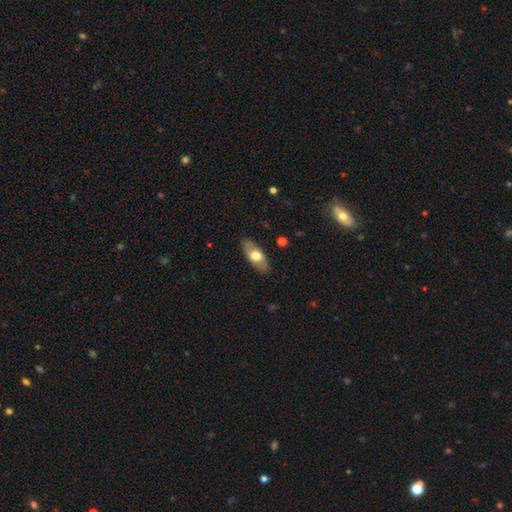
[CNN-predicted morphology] The model was most divided on "smooth or featured": smooth: 65%, featured or disk: 30%, star or artifact: 6%. More confident: merging — none (87%); how rounded — in between (84%).